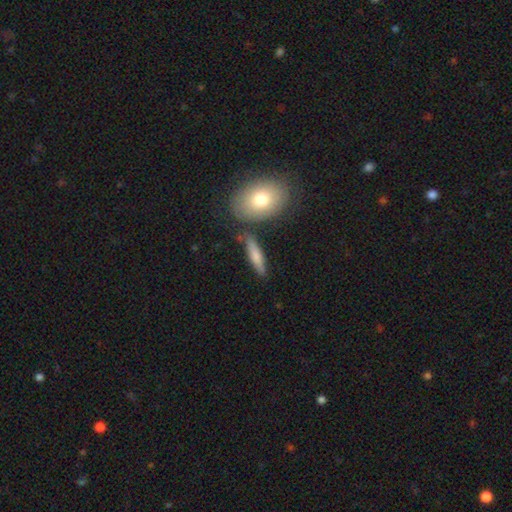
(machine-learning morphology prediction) The model was most divided on "how rounded": cigar-shaped: 67%, in between: 29%, round: 4%. More confident: merging — none (74%); smooth or featured — smooth (69%).